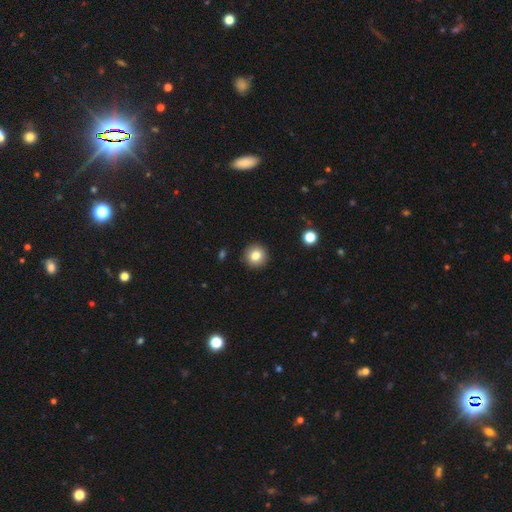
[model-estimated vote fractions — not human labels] Morphology: type=smooth (82%); roundness=round (93%); merging=none (92%).